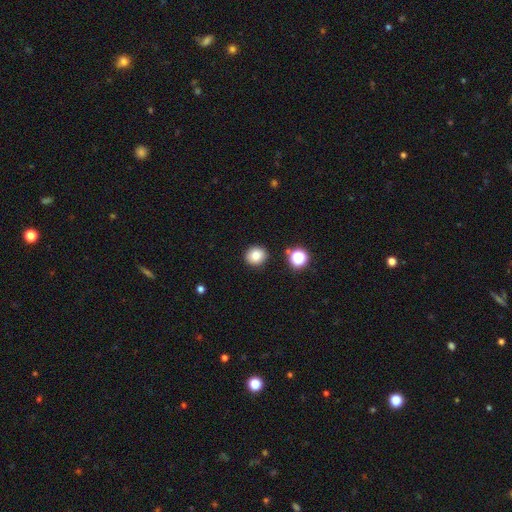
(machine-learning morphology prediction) Smooth or featured? smooth (82%)
How rounded? round (85%)
Merging? none (89%)